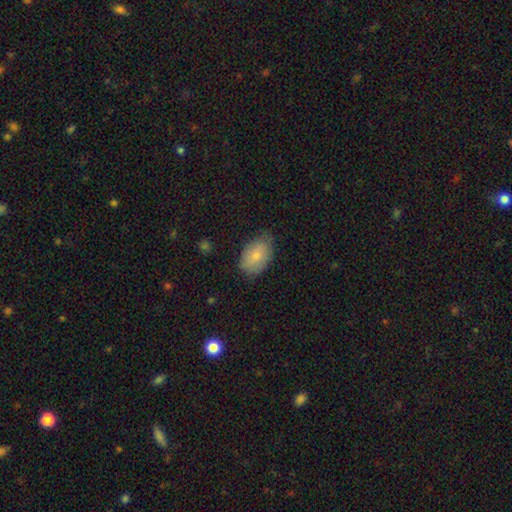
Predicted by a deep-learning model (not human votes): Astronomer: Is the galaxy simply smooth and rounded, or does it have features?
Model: smooth — 79%.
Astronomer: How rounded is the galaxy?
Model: in between — 90%.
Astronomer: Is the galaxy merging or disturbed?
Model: none — 69%.